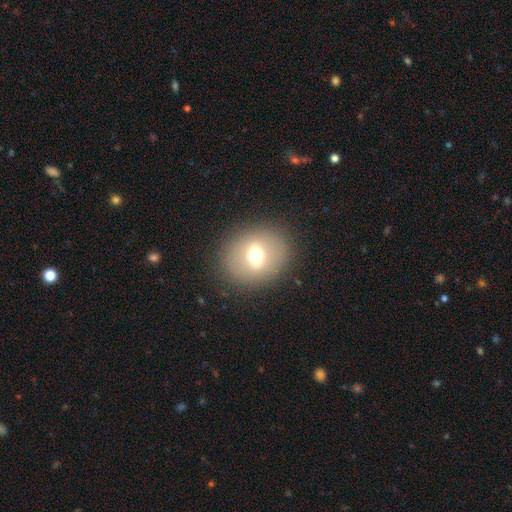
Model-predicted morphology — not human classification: The model was most divided on "how rounded": round: 65%, in between: 34%, cigar-shaped: 1%. More confident: merging — none (86%); smooth or featured — smooth (60%).